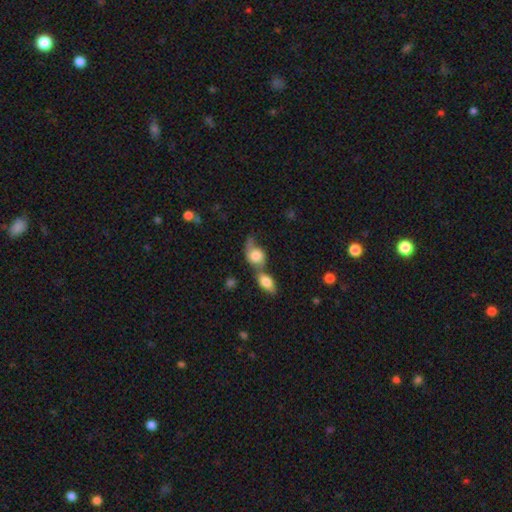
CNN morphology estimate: smooth_or_featured: smooth (p=0.74) [alt: featured or disk p=0.18]
how_rounded: in between (p=0.54) [alt: round p=0.44]
merging: merger (p=0.50) [alt: none p=0.23]